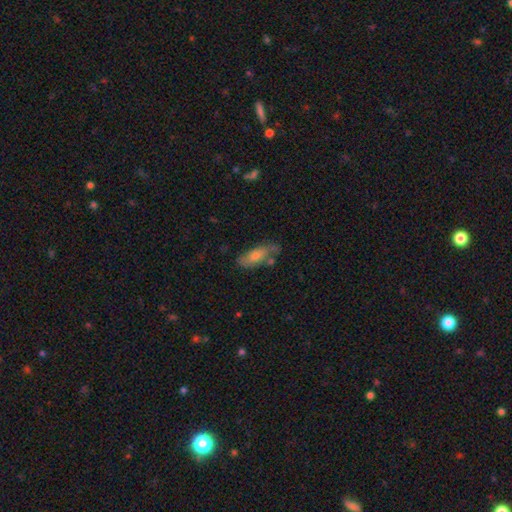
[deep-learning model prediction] smooth 58%, featured or disk 34%, star or artifact 8%. Down the decision tree: how rounded — in between (67%); merging — none (60%).